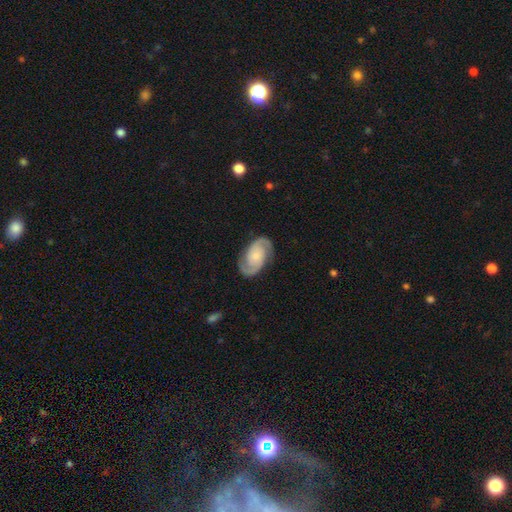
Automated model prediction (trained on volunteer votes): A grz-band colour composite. It shows a featured or disk galaxy (87%) with no bar (66%), 2 (94%) medium (50%) spiral arms (98%) and a small central bulge (46%). Merging: none (84%).